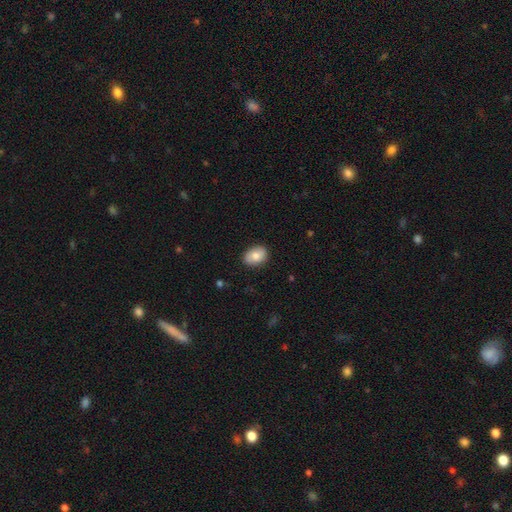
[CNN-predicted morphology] This is clearly a smooth galaxy (80%). How rounded: likely in between (76%). Merging: clearly none (86%).